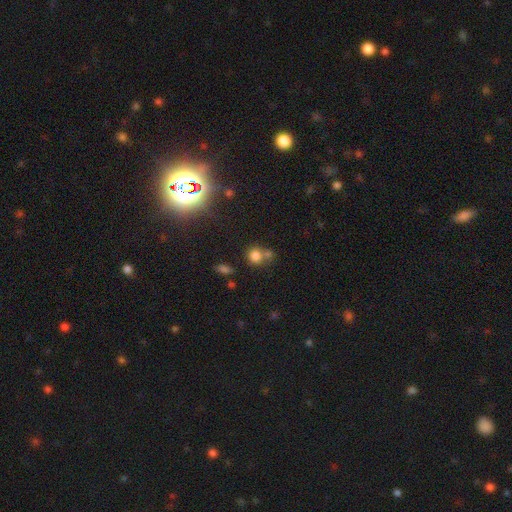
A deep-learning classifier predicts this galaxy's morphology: smooth_or_featured: smooth (p=0.76) [alt: star or artifact p=0.16]
how_rounded: round (p=0.81) [alt: in between p=0.18]
merging: none (p=0.51) [alt: merger p=0.35]